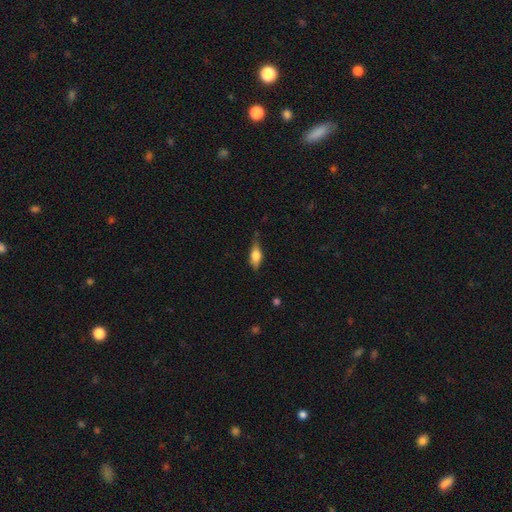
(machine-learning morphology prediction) This is likely a smooth galaxy (67%). How rounded: likely in between (72%). Merging: possibly none (57%).